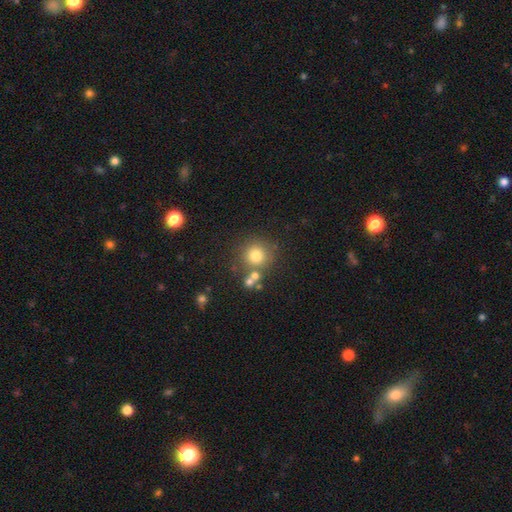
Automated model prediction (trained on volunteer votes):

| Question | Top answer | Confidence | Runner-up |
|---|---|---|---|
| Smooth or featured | smooth | 75% | star or artifact (14%) |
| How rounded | round | 92% | in between (7%) |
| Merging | none | 71% | merger (15%) |